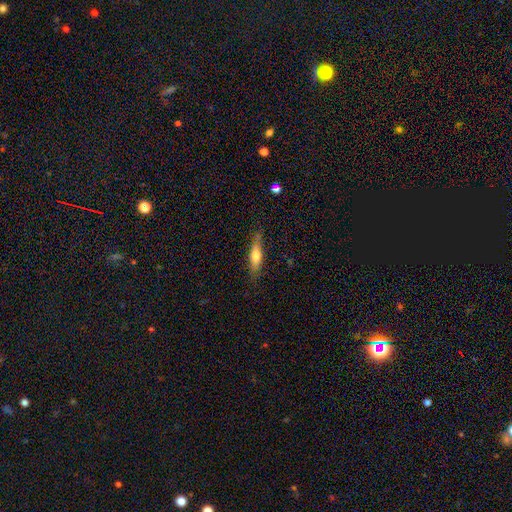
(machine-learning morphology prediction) Q: Smooth or featured?
A: smooth (58%); runner-up: featured or disk (36%)
Q: How rounded?
A: cigar-shaped (68%); runner-up: in between (30%)
Q: Merging?
A: none (74%); runner-up: minor disturbance (20%)